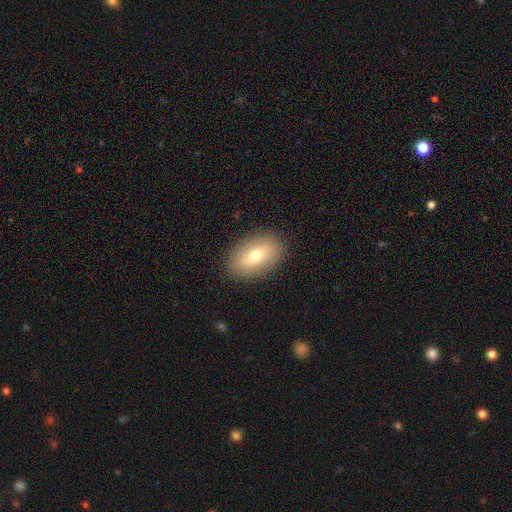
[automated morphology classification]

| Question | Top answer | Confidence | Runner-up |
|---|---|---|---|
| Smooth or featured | smooth | 66% | featured or disk (25%) |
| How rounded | in between | 86% | round (12%) |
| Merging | none | 88% | minor disturbance (8%) |